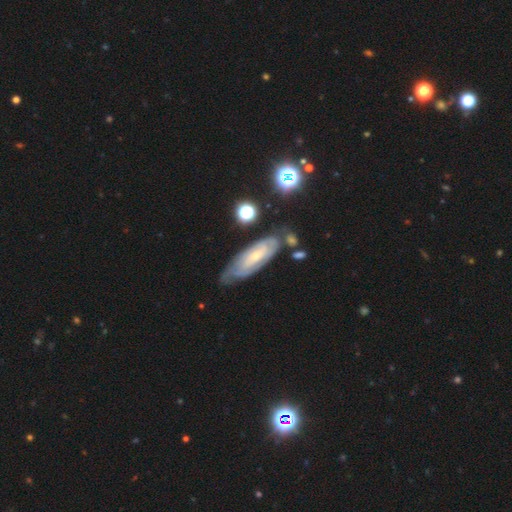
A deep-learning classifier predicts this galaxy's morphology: featured or disk 69%, smooth 23%, star or artifact 7%. Down the decision tree: edge-on disk — no (82%); bar — no (60%); spiral arms — yes (84%); bulge size — small (66%); merging — none (65%).